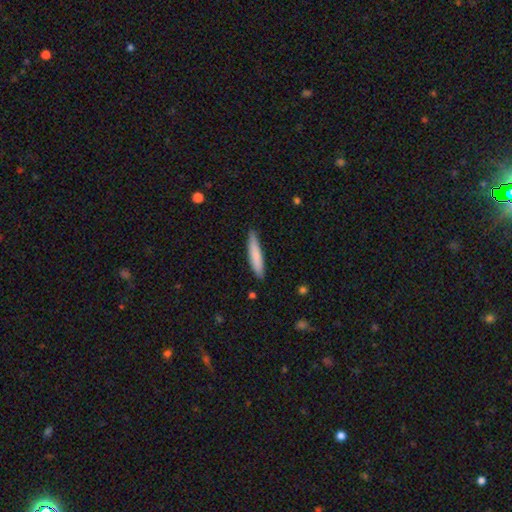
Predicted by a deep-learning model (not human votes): A smooth galaxy with no disk features (79%) that is cigar-shaped (88%).

Vote fractions:
- Smooth or featured? smooth: 79% / featured or disk: 16% / star or artifact: 6%
- How rounded? cigar-shaped: 88% / in between: 11% / round: 1%
- Merging? none: 85% / minor disturbance: 12% / major disturbance: 2% / merger: 1%